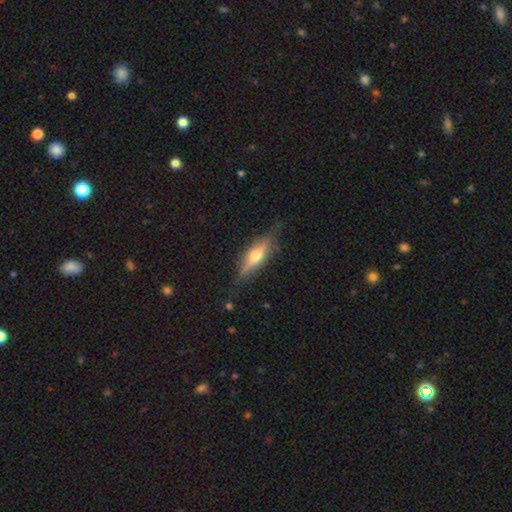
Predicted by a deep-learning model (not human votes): smooth_or_featured: featured or disk (p=0.61) [alt: smooth p=0.32]
disk_edge_on: yes (p=0.92) [alt: no p=0.08]
edge_on_bulge: rounded (p=0.91) [alt: boxy p=0.05]
merging: none (p=0.78) [alt: minor disturbance p=0.16]